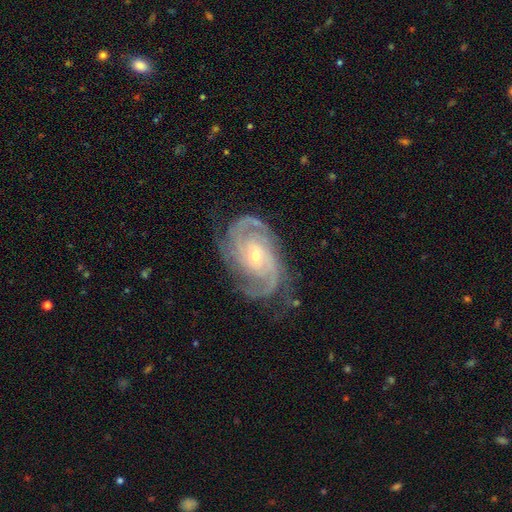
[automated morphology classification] This appears to be a featured or disk galaxy (91%) with no bar (60%), 2 (40%) tight (59%) spiral arms (98%) and a small central bulge (64%). Merging: none (72%).